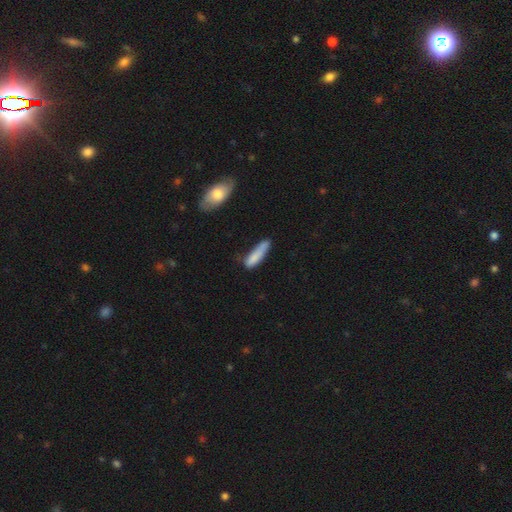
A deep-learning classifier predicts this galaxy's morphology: Q: Smooth or featured?
A: smooth (81%); runner-up: featured or disk (13%)
Q: How rounded?
A: cigar-shaped (69%); runner-up: in between (29%)
Q: Merging?
A: none (47%); runner-up: minor disturbance (35%)